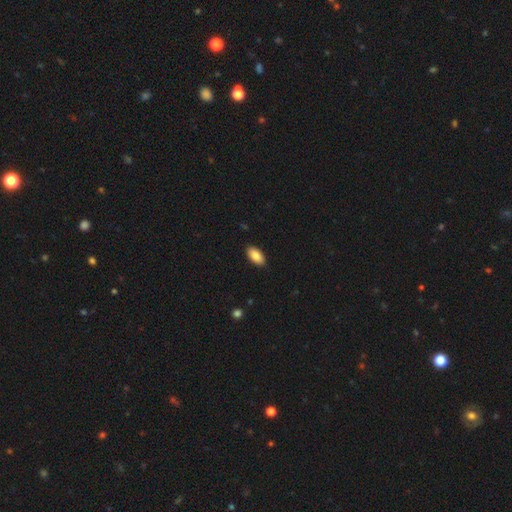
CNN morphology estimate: Smooth or featured: smooth — 87% (star or artifact — 7%)
How rounded: in between — 94% (cigar-shaped — 4%)
Merging: none — 88% (minor disturbance — 9%)